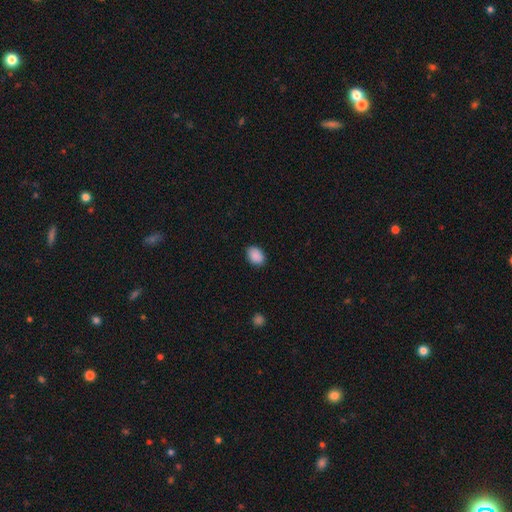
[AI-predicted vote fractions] Smooth or featured: smooth — 90% (star or artifact — 8%)
How rounded: in between — 77% (round — 22%)
Merging: none — 86% (minor disturbance — 11%)